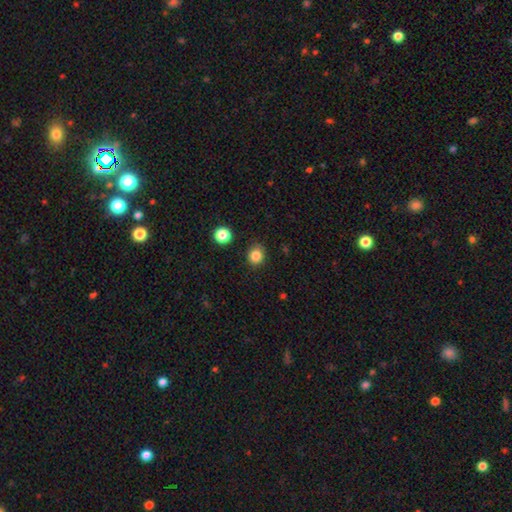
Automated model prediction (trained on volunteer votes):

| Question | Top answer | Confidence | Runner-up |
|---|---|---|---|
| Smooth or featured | smooth | 84% | star or artifact (11%) |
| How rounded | round | 80% | in between (19%) |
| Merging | none | 86% | minor disturbance (10%) |